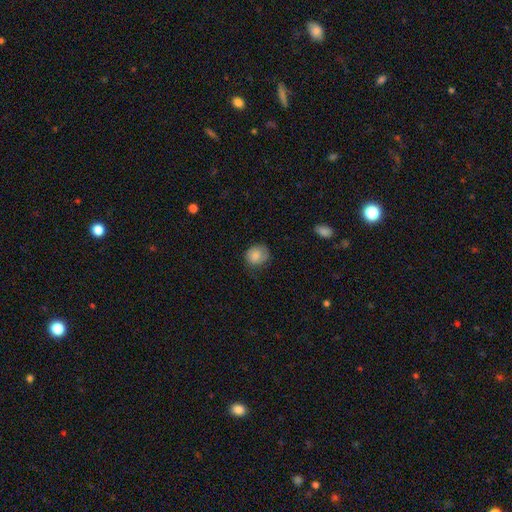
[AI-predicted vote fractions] A smooth galaxy with no disk features (79%) that is round (73%).

Vote fractions:
- Smooth or featured? smooth: 79% / featured or disk: 13% / star or artifact: 8%
- How rounded? round: 73% / in between: 26% / cigar-shaped: 1%
- Merging? none: 64% / minor disturbance: 26% / major disturbance: 9% / merger: 1%